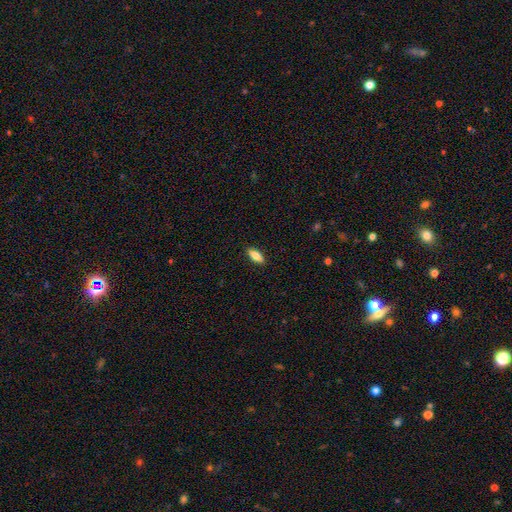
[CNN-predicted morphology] smooth_or_featured: smooth (p=0.75) [alt: featured or disk p=0.18]
how_rounded: in between (p=0.66) [alt: cigar-shaped p=0.31]
merging: none (p=0.90) [alt: minor disturbance p=0.07]